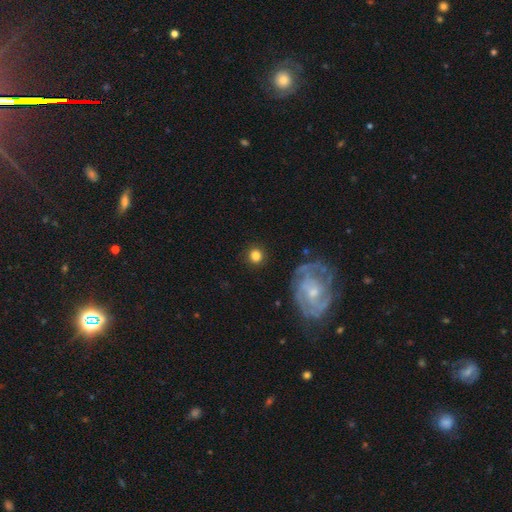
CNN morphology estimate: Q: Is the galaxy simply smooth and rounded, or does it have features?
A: smooth — 80%.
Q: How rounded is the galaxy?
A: round — 92%.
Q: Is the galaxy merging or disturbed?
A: none — 89%.